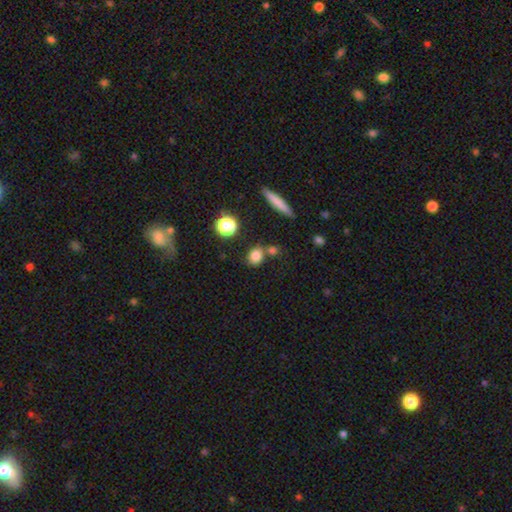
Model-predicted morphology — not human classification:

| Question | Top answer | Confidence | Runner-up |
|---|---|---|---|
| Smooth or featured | smooth | 81% | star or artifact (12%) |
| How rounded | round | 58% | in between (38%) |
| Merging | none | 64% | merger (18%) |